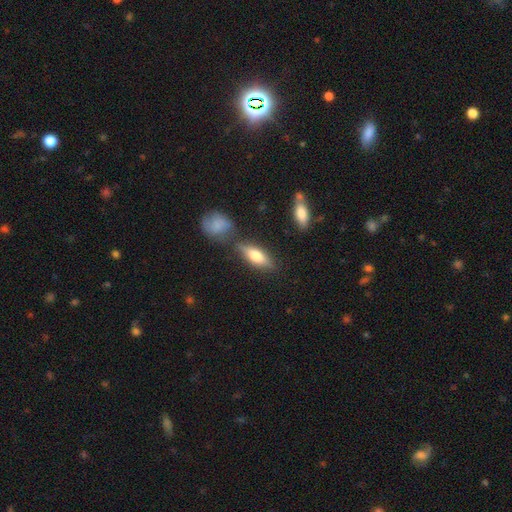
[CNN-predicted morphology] Smooth or featured? smooth (64%)
How rounded? in between (63%)
Merging? none (71%)